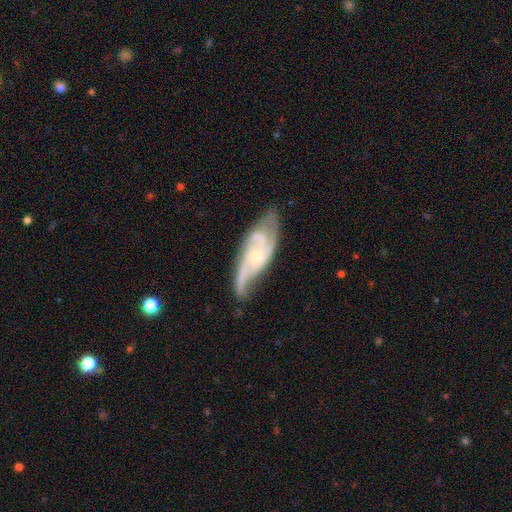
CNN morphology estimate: The model was most divided on "spiral winding": medium: 49%, tight: 29%, loose: 21%. More confident: spiral arms — yes (96%); edge-on disk — no (91%); smooth or featured — featured or disk (84%); bulge size — small (70%); merging — none (65%); bar — no (61%); spiral arm count — 2 (53%).